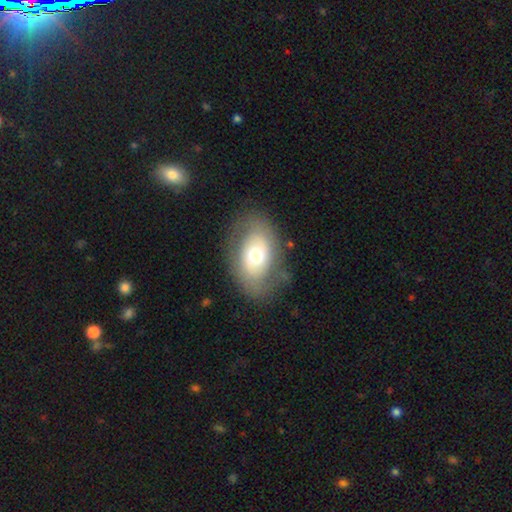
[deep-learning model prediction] The model was most divided on "smooth or featured": smooth: 52%, featured or disk: 40%, star or artifact: 8%. More confident: how rounded — in between (83%); merging — none (72%).